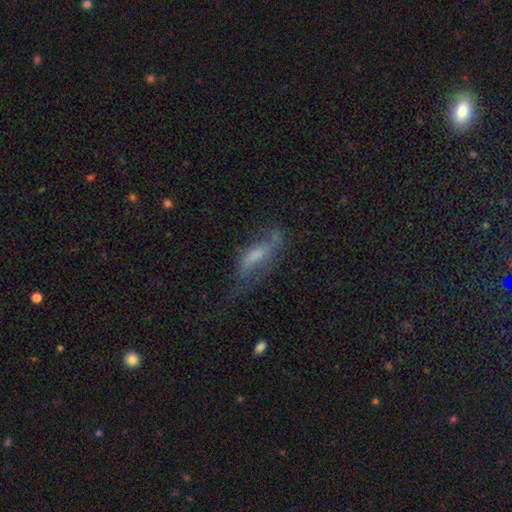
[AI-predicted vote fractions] Smooth or featured?
  - featured or disk: 46% *
  - smooth: 43%
  - star or artifact: 11%
Merging?
  - major disturbance: 35% *
  - none: 34%
  - minor disturbance: 26%
  - merger: 5%